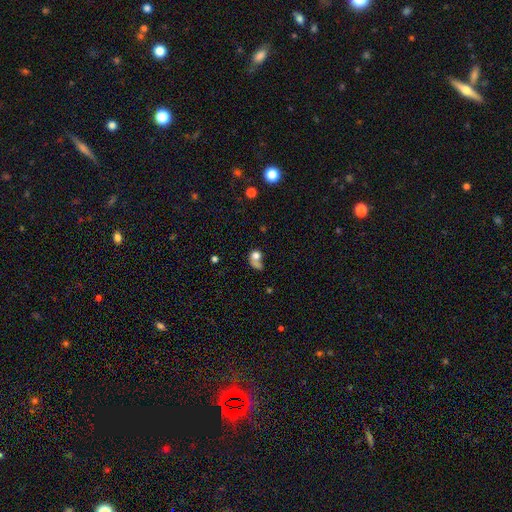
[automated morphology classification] This is likely a smooth galaxy (68%). How rounded: possibly round (58%). Merging: marginally merger (34%).